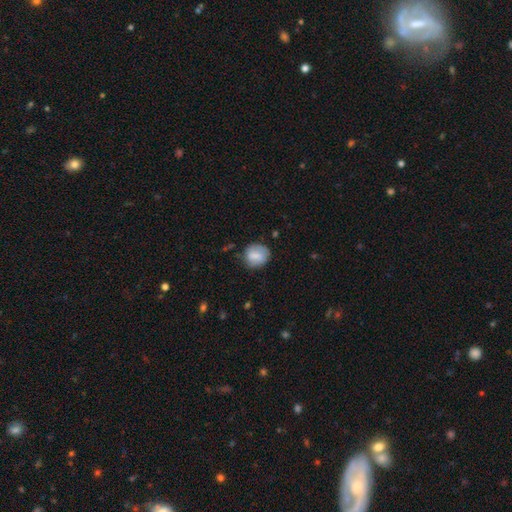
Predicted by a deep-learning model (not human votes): The model was most divided on "how rounded": round: 71%, in between: 28%, cigar-shaped: 1%. More confident: merging — none (69%); smooth or featured — smooth (68%).